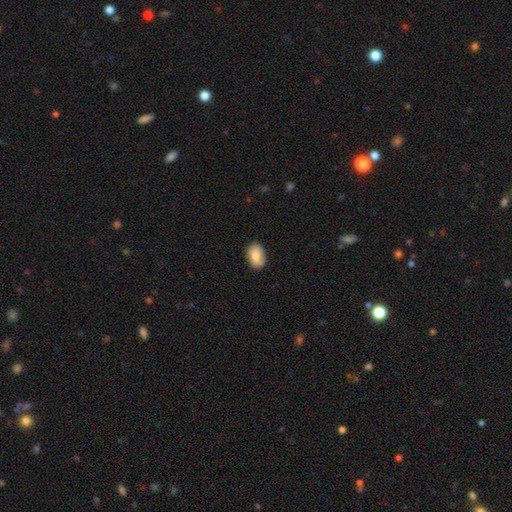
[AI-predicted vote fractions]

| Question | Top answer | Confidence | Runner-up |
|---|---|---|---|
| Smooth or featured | smooth | 73% | featured or disk (20%) |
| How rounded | in between | 79% | round (19%) |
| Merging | none | 72% | minor disturbance (21%) |